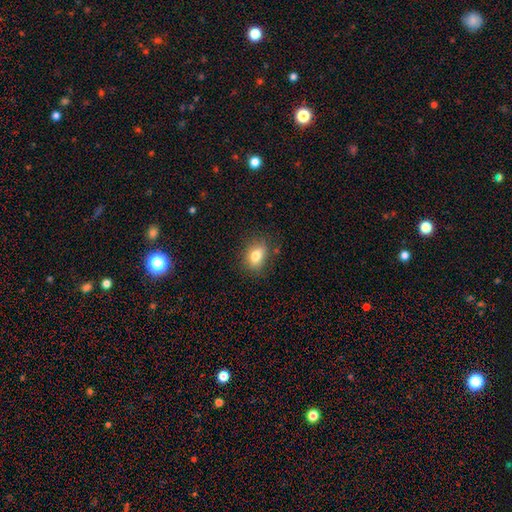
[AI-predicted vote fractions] A smooth galaxy with no disk features (79%) that is in between round and cigar-shaped (75%). Merging: none (81%).